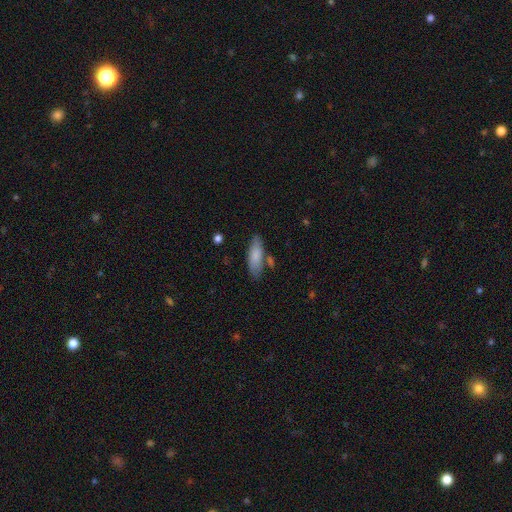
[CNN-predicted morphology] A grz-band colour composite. It shows a smooth galaxy with no disk features (81%) that is in between round and cigar-shaped (65%). Merging: none (72%).